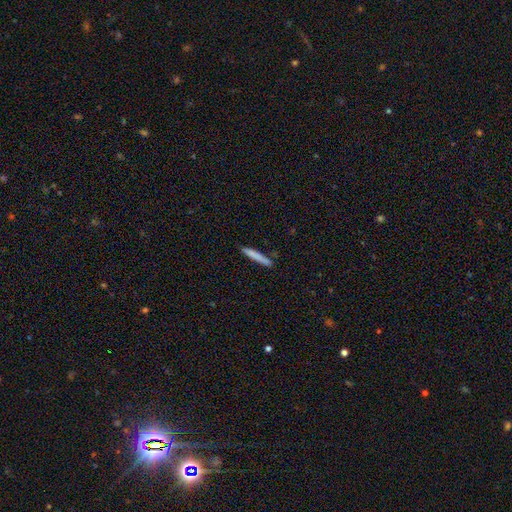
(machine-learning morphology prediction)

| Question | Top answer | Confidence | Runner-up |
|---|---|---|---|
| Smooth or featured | smooth | 78% | featured or disk (16%) |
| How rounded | cigar-shaped | 95% | in between (4%) |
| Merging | none | 83% | minor disturbance (12%) |